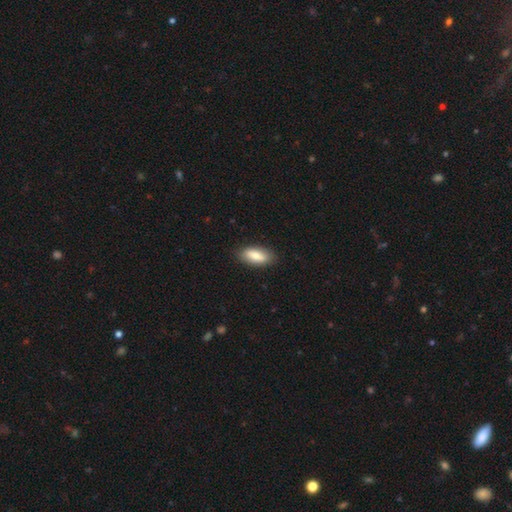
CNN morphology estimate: The model was most divided on "how rounded": in between: 82%, cigar-shaped: 16%, round: 2%. More confident: merging — none (86%); smooth or featured — smooth (81%).